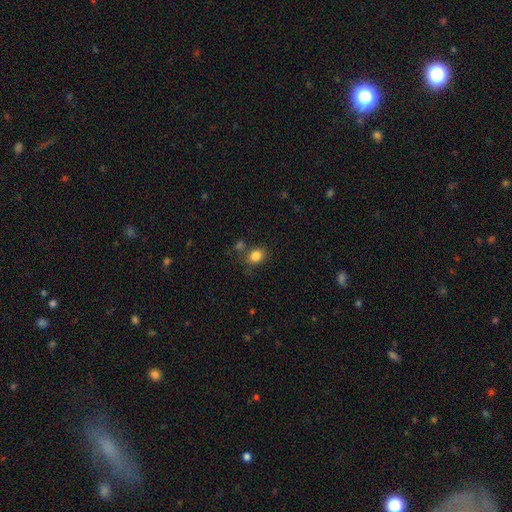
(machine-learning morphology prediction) This appears to be a smooth galaxy with no disk features (83%) that is round (55%). Merging: none (70%).